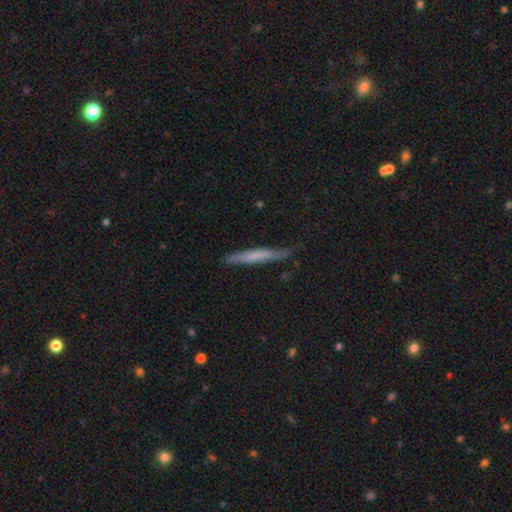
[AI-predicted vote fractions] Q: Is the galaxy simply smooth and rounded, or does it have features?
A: smooth — 58%.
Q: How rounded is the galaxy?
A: cigar-shaped — 96%.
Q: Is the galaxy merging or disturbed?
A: none — 80%.